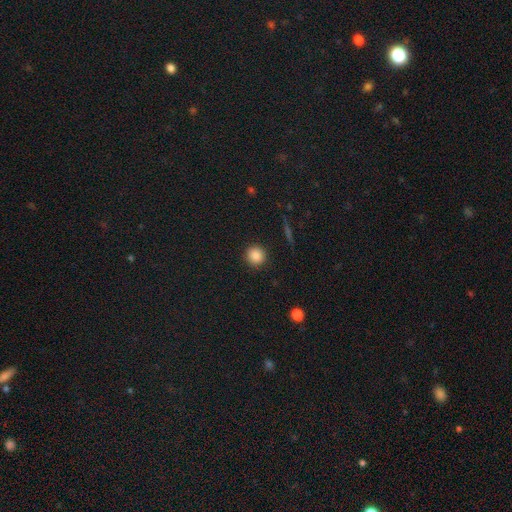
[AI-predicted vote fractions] Smooth or featured?
  - smooth: 87% *
  - star or artifact: 10%
  - featured or disk: 4%
How rounded?
  - round: 94% *
  - in between: 5%
  - cigar-shaped: 1%
Merging?
  - none: 91% *
  - minor disturbance: 5%
  - major disturbance: 2%
  - merger: 1%